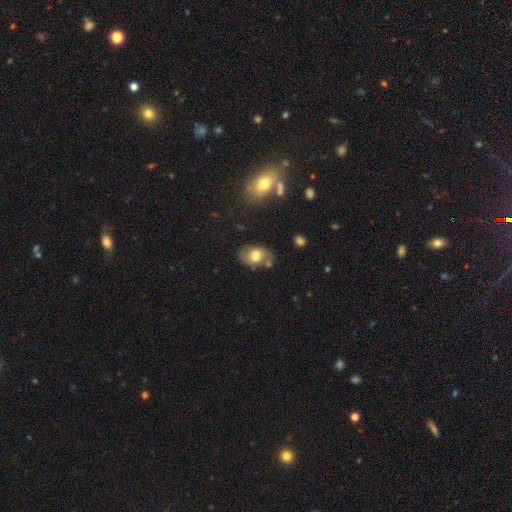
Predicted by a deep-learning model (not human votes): The model was most divided on "smooth or featured": smooth: 61%, featured or disk: 31%, star or artifact: 8%. More confident: how rounded — in between (80%); merging — none (70%).